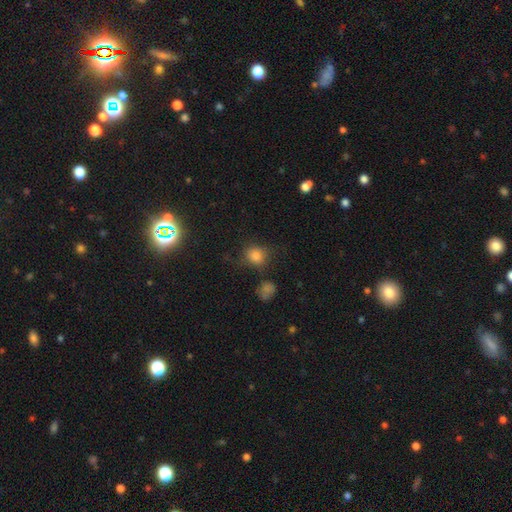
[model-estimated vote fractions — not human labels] Q: Smooth or featured?
A: smooth (80%); runner-up: star or artifact (14%)
Q: How rounded?
A: round (79%); runner-up: in between (20%)
Q: Merging?
A: none (73%); runner-up: minor disturbance (15%)